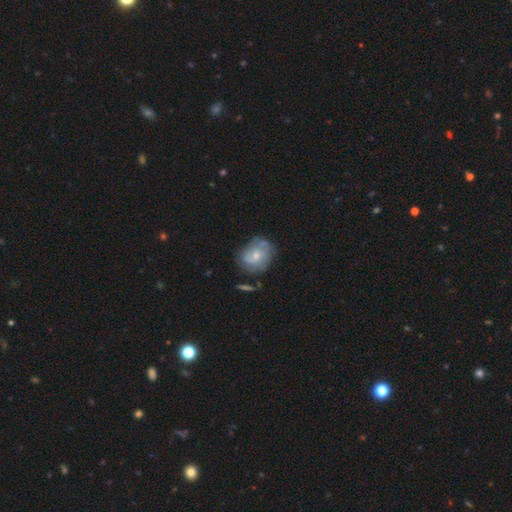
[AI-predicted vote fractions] Smooth or featured: smooth — 55% (featured or disk — 37%)
How rounded: round — 60% (in between — 39%)
Merging: none — 57% (minor disturbance — 26%)